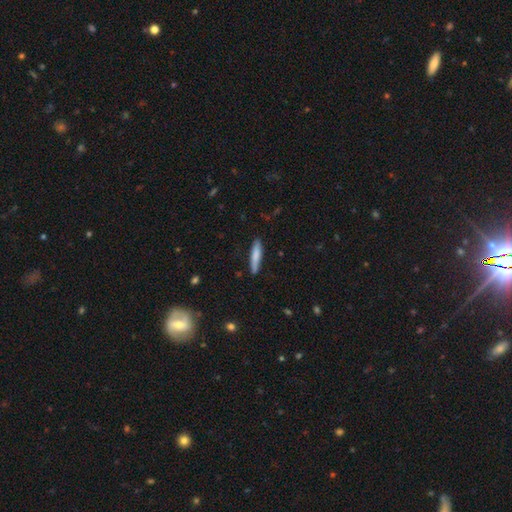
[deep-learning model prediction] Smooth or featured? Predicted: smooth (p=0.77). How rounded? Predicted: cigar-shaped (p=0.88). Merging? Predicted: none (p=0.84).